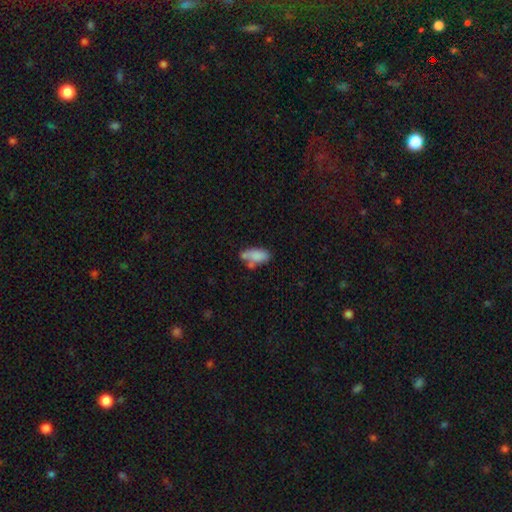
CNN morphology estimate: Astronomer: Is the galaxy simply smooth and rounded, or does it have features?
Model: smooth — 80%.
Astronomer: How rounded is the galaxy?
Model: in between — 82%.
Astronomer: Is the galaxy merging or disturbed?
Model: none — 47% (runner-up: minor disturbance, 23%).